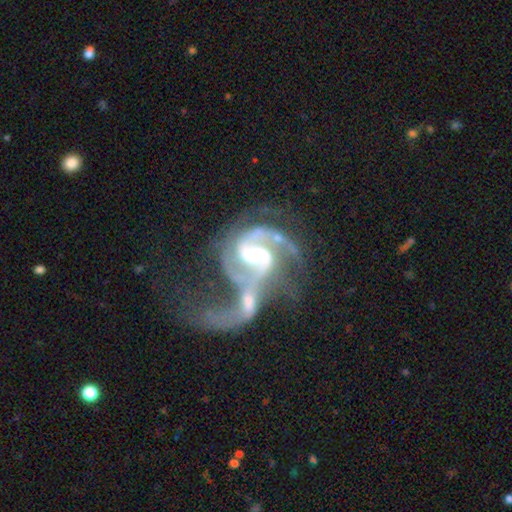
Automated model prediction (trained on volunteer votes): smooth-or-featured: featured or disk: 91% | star or artifact: 5% | smooth: 4%
  disk-edge-on: no: 98% | yes: 2%
    bar: weak: 44% | no: 30% | strong: 26%
    has-spiral-arms: yes: 97% | no: 3%
      spiral-winding: medium: 52% | tight: 25% | loose: 23%
      spiral-arm-count: 2: 71% | 3: 10% | can't tell: 8% | 1: 5% | 4: 3% | more than 4: 3%
    bulge-size: moderate: 46% | small: 32% | large: 10% | none: 10% | dominant: 2%
  merging: merger: 62% | major disturbance: 18% | none: 12% | minor disturbance: 7%